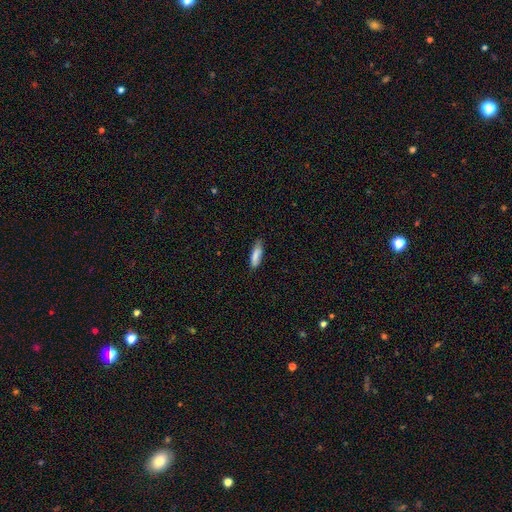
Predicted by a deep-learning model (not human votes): smooth_or_featured: smooth (p=0.85) [alt: featured or disk p=0.09]
how_rounded: cigar-shaped (p=0.52) [alt: in between p=0.46]
merging: none (p=0.78) [alt: minor disturbance p=0.18]